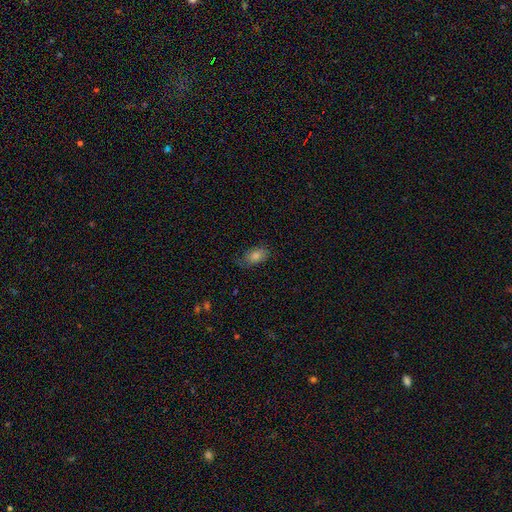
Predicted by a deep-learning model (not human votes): A smooth galaxy with no disk features (73%) that is in between round and cigar-shaped (86%). Merging: none (71%).